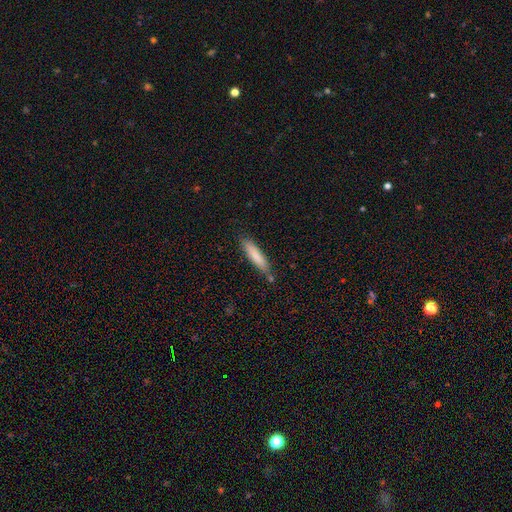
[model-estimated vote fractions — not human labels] Smooth or featured? smooth (82%)
How rounded? cigar-shaped (84%)
Merging? none (77%)